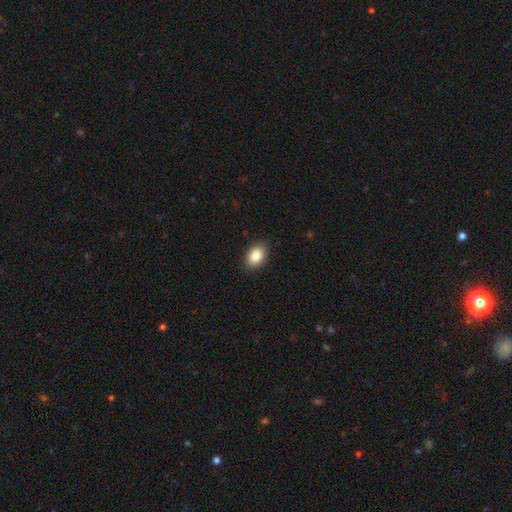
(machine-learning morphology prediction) smooth-or-featured: smooth: 88% | star or artifact: 7% | featured or disk: 5%
  how-rounded: in between: 82% | round: 16% | cigar-shaped: 1%
  merging: none: 89% | minor disturbance: 8% | major disturbance: 2% | merger: 1%